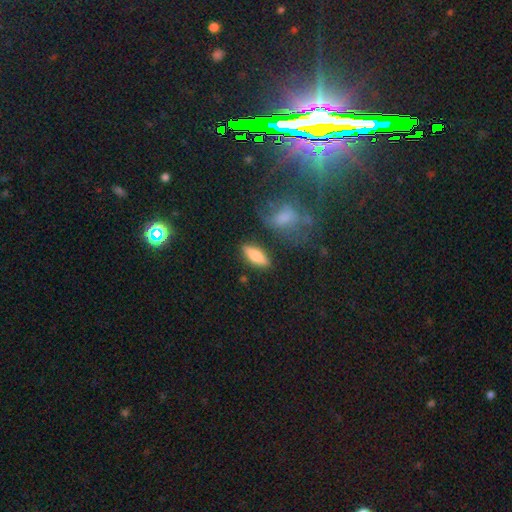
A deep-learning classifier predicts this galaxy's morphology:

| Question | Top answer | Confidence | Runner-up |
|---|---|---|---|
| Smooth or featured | smooth | 70% | featured or disk (23%) |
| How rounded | in between | 54% | cigar-shaped (43%) |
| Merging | none | 83% | minor disturbance (11%) |